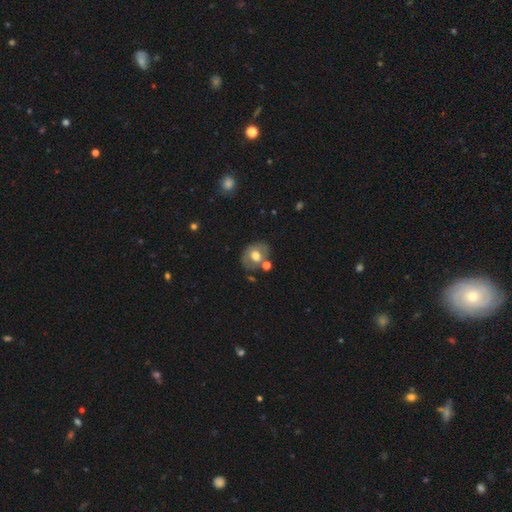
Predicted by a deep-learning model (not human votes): The model was most divided on "how rounded": round: 51%, in between: 48%, cigar-shaped: 1%. More confident: merging — none (62%); smooth or featured — smooth (57%).